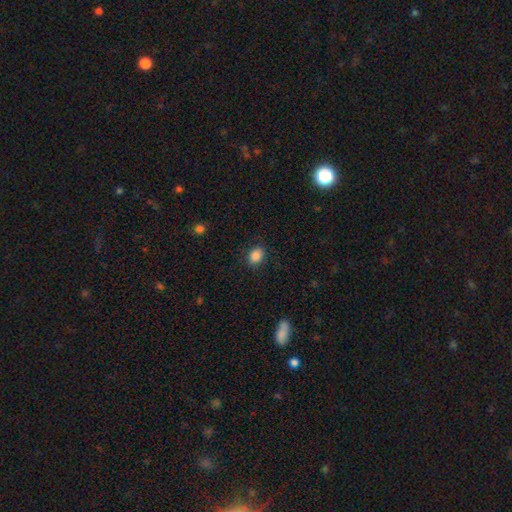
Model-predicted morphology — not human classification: type=smooth (88%); roundness=in between (70%); merging=none (87%).